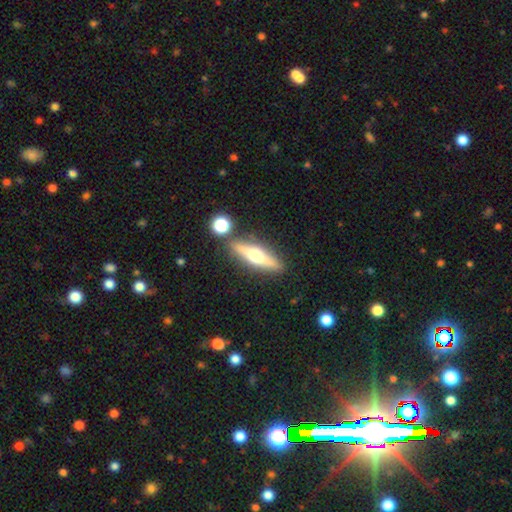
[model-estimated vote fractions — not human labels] A featured or disk galaxy (56%) viewed edge-on (91%) with a rounded central bulge (94%).

Vote fractions:
- Smooth or featured? featured or disk: 56% / smooth: 37% / star or artifact: 7%
- Edge-on disk? yes: 91% / no: 9%
- Edge-on bulge? rounded: 94% / none: 3% / boxy: 3%
- Merging? none: 81% / minor disturbance: 10% / merger: 7% / major disturbance: 3%